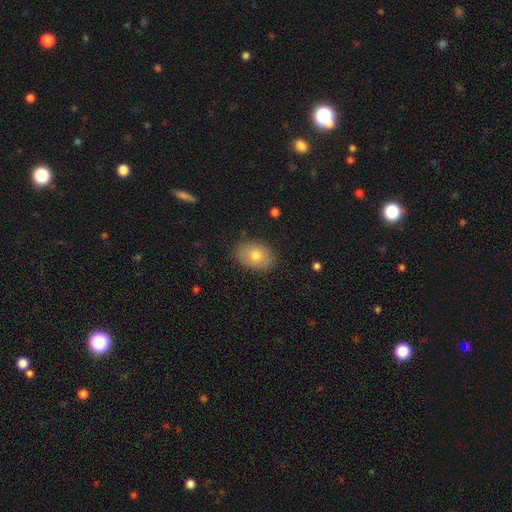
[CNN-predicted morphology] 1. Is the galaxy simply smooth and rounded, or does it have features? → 76% smooth, 15% featured or disk, 9% star or artifact.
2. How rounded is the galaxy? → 70% in between, 29% round, 1% cigar-shaped.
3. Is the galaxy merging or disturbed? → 86% none, 10% minor disturbance, 2% major disturbance, 1% merger.